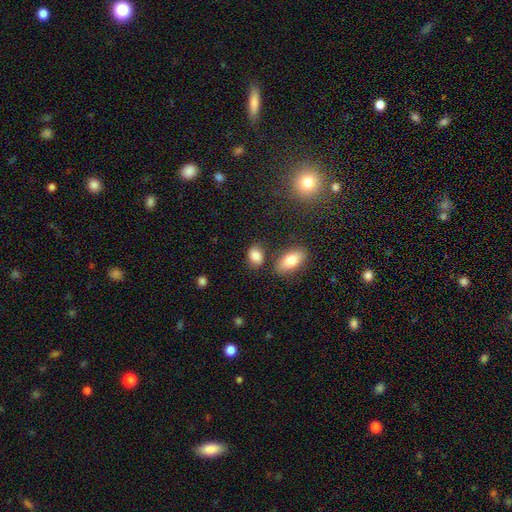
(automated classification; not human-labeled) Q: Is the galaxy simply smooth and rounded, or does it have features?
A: smooth — 85%.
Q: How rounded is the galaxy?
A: in between — 77%.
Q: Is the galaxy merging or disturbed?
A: none — 72%.